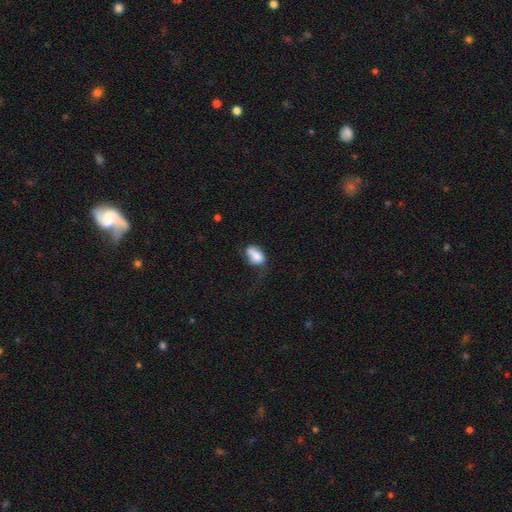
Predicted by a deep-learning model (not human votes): The model was most divided on "merging": none: 36%, minor disturbance: 34%, major disturbance: 24%, merger: 6%. More confident: how rounded — in between (89%); smooth or featured — smooth (80%).